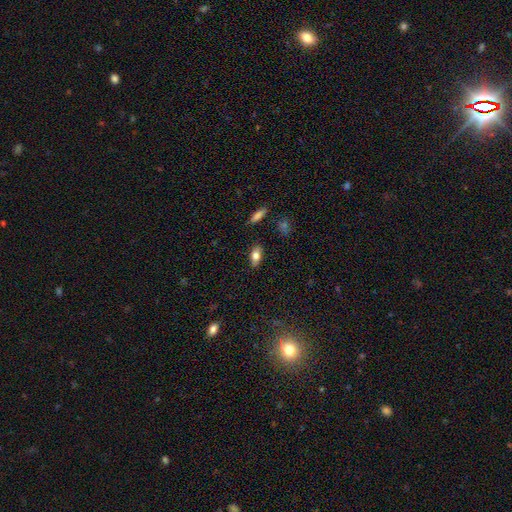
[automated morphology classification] Smooth or featured? Predicted: smooth (p=0.77). How rounded? Predicted: in between (p=0.86). Merging? Predicted: none (p=0.85).